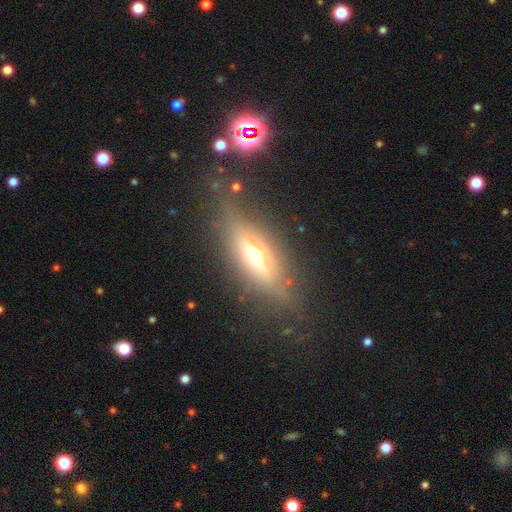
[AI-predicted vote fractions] A featured or disk galaxy (57%) viewed edge-on (82%). Merging: none (73%).